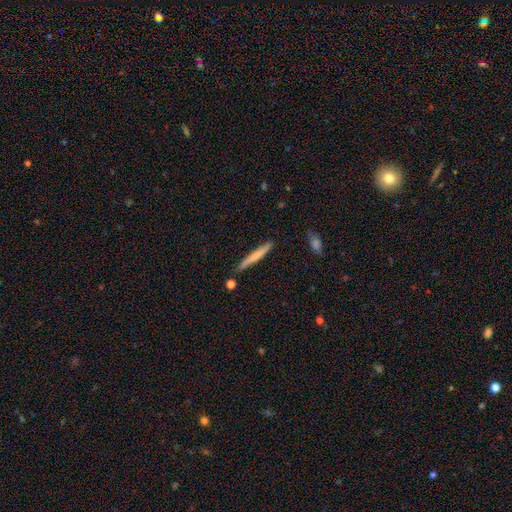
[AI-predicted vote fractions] This is likely a smooth galaxy (62%). How rounded: clearly cigar-shaped (95%). Merging: clearly none (82%).